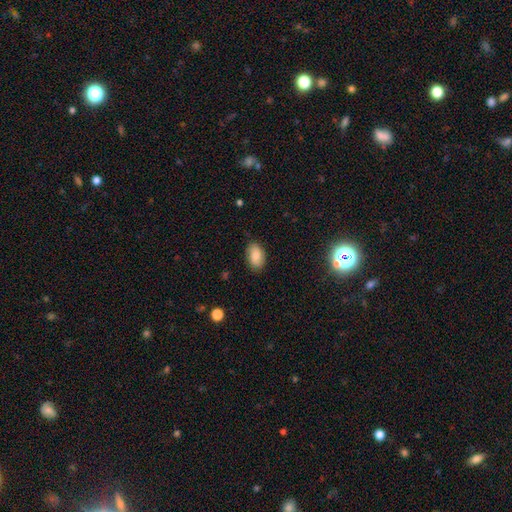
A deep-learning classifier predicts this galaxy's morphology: This appears to be a smooth galaxy with no disk features (82%) that is in between round and cigar-shaped (92%). Merging: none (84%).